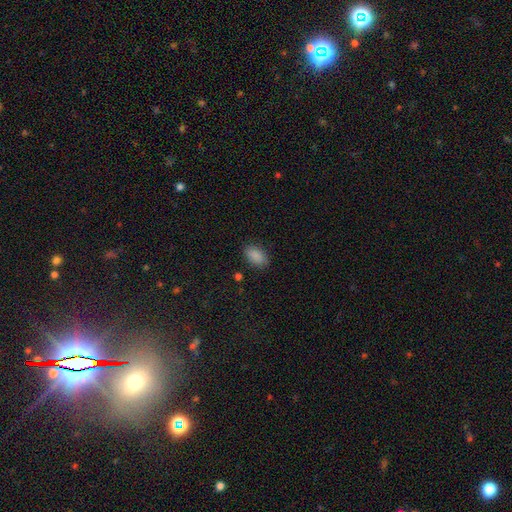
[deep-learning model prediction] Overall: smooth (88%). How rounded: in between (92%). Merging: none (85%).